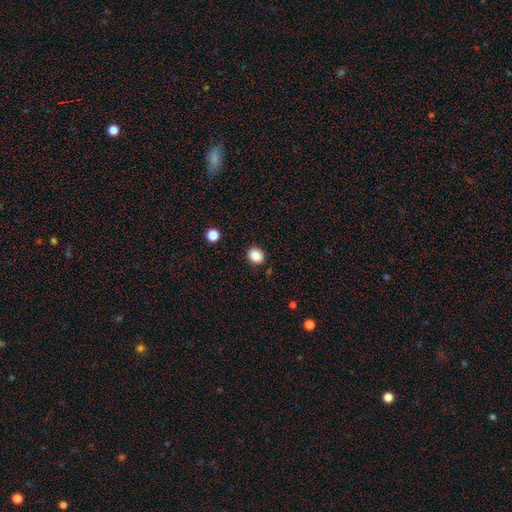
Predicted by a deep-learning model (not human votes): This appears to be a smooth galaxy with no disk features (88%) that is round (64%). Merging: none (88%).